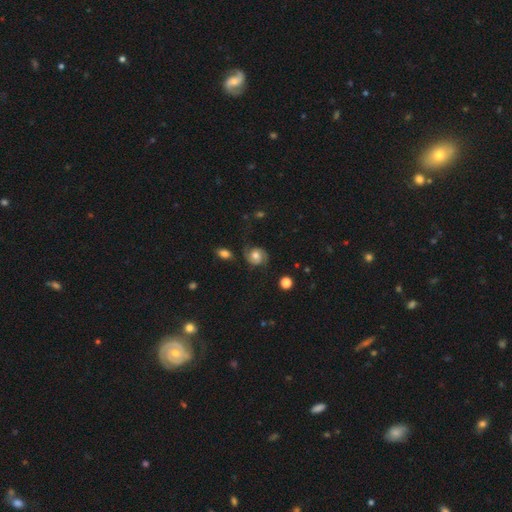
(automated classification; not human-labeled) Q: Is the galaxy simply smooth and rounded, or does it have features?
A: featured or disk — 68%.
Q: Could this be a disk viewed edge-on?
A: no — 97%.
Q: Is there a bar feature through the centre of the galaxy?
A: no — 70%.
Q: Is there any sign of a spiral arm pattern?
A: yes — 93%.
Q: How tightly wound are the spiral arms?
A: medium — 47%.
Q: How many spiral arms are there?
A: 2 — 91%.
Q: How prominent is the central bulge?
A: moderate — 63%.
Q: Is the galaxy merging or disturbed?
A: none — 72%.